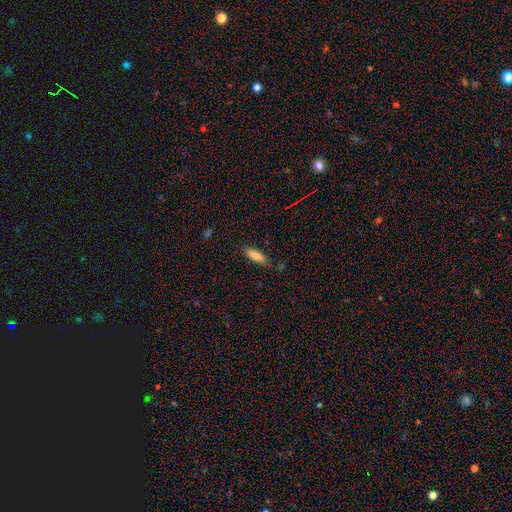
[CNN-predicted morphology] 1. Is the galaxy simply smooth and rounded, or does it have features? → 83% smooth, 9% featured or disk, 7% star or artifact.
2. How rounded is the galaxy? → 54% cigar-shaped, 44% in between, 2% round.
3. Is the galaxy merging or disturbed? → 83% none, 13% minor disturbance, 3% major disturbance, 2% merger.